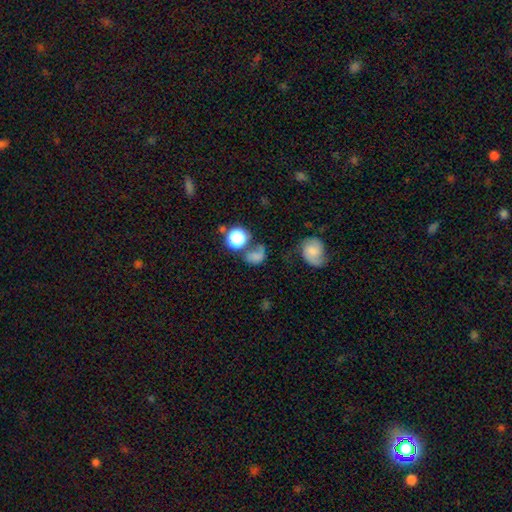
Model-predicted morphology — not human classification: smooth 66%, featured or disk 17%, star or artifact 17%. Down the decision tree: how rounded — round (62%); merging — none (37%).